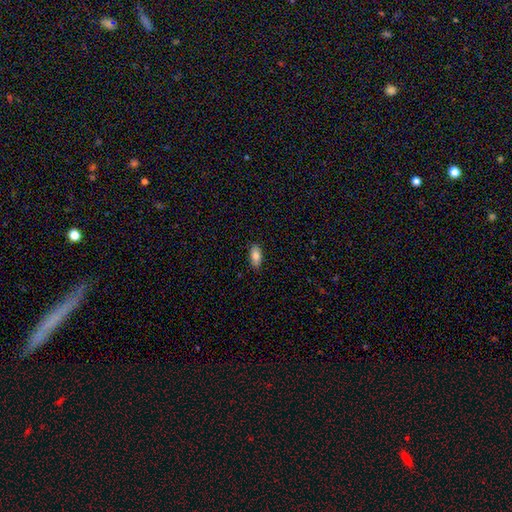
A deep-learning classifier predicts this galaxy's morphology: A smooth galaxy with no disk features (84%) that is in between round and cigar-shaped (90%).

Vote fractions:
- Smooth or featured? smooth: 84% / featured or disk: 9% / star or artifact: 7%
- How rounded? in between: 90% / cigar-shaped: 7% / round: 3%
- Merging? none: 87% / minor disturbance: 10% / major disturbance: 2% / merger: 1%